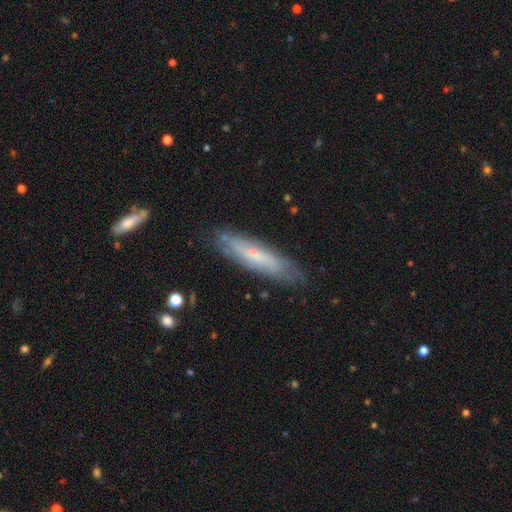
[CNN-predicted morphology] A featured or disk galaxy (53%).

Vote fractions:
- Smooth or featured? featured or disk: 53% / smooth: 40% / star or artifact: 7%
- Edge-on disk? no: 56% / yes: 44%
- Merging? none: 79% / minor disturbance: 16% / major disturbance: 4% / merger: 2%